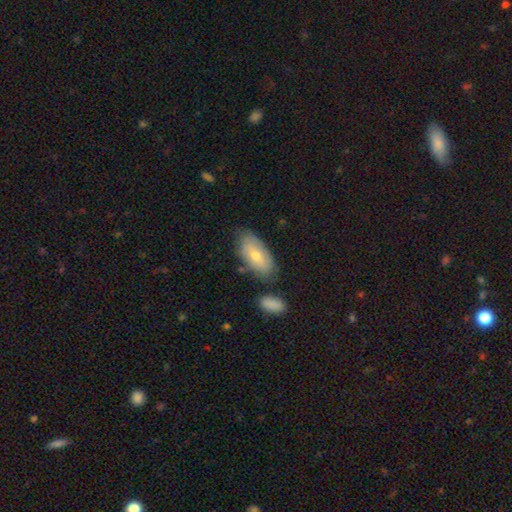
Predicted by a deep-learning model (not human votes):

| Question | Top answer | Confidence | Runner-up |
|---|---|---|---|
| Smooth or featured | smooth | 68% | featured or disk (25%) |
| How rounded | in between | 92% | cigar-shaped (5%) |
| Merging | none | 71% | minor disturbance (19%) |